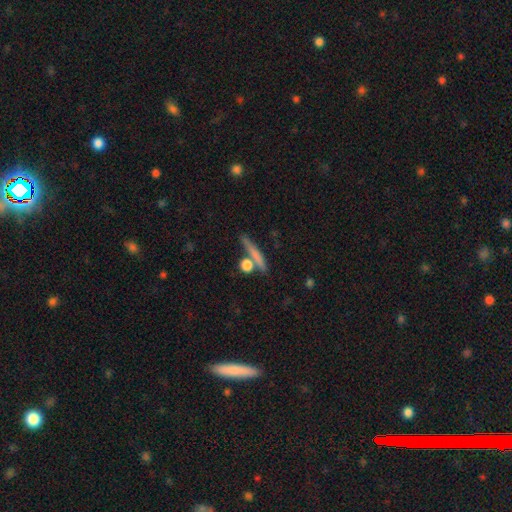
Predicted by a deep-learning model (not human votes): Overall: smooth (63%; featured or disk 28%). How rounded: cigar-shaped (79%). Merging: none (70%).